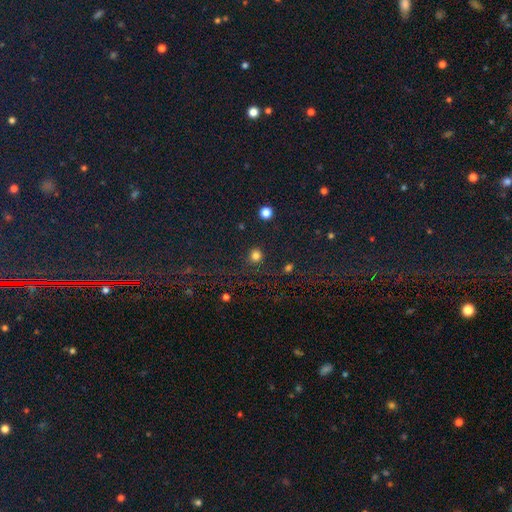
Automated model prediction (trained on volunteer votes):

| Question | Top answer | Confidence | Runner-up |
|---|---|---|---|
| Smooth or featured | smooth | 80% | star or artifact (16%) |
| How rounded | round | 92% | in between (7%) |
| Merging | none | 88% | minor disturbance (7%) |